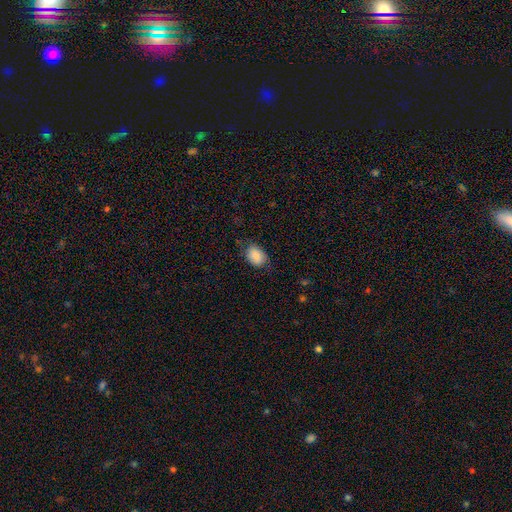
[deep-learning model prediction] Q: Smooth or featured?
A: smooth (85%); runner-up: featured or disk (8%)
Q: How rounded?
A: in between (81%); runner-up: round (18%)
Q: Merging?
A: none (67%); runner-up: minor disturbance (25%)